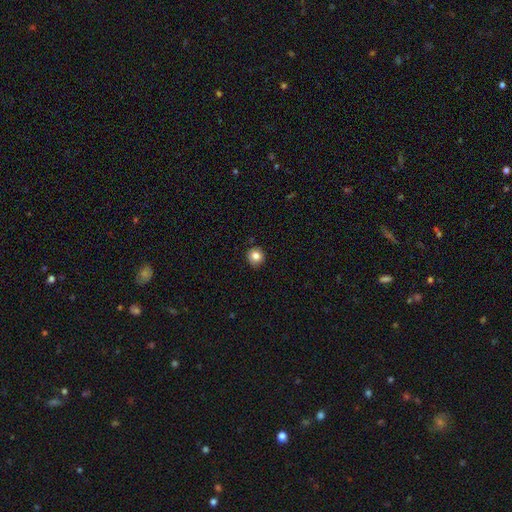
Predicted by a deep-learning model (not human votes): Smooth or featured: smooth — 81% (star or artifact — 10%)
How rounded: round — 91% (in between — 8%)
Merging: none — 88% (minor disturbance — 9%)